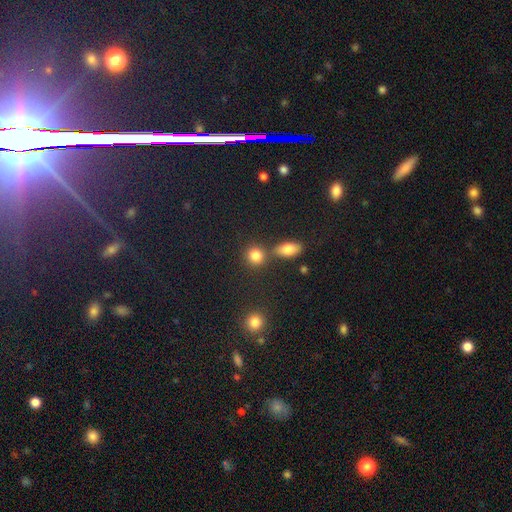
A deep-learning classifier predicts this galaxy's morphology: smooth_or_featured: smooth (p=0.83) [alt: star or artifact p=0.12]
how_rounded: round (p=0.80) [alt: in between p=0.19]
merging: none (p=0.68) [alt: merger p=0.20]